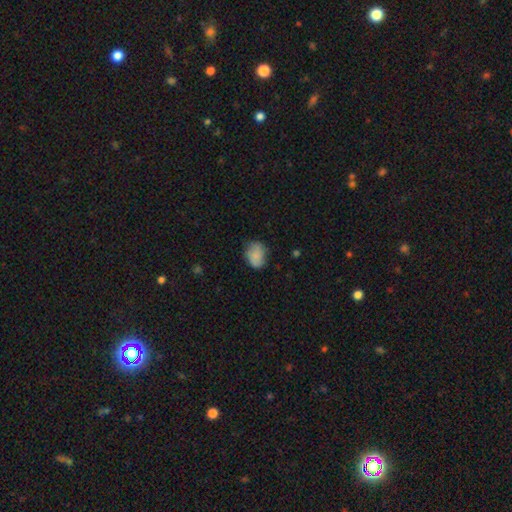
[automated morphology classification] smooth-or-featured: smooth: 77% | featured or disk: 15% | star or artifact: 8%
  how-rounded: in between: 61% | round: 38% | cigar-shaped: 1%
  merging: none: 66% | minor disturbance: 26% | major disturbance: 6% | merger: 2%